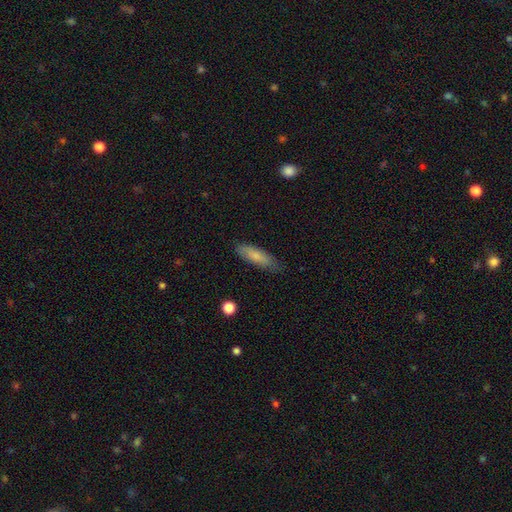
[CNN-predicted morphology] The model was most divided on "how rounded": cigar-shaped: 53%, in between: 45%, round: 2%. More confident: merging — none (80%); smooth or featured — smooth (77%).